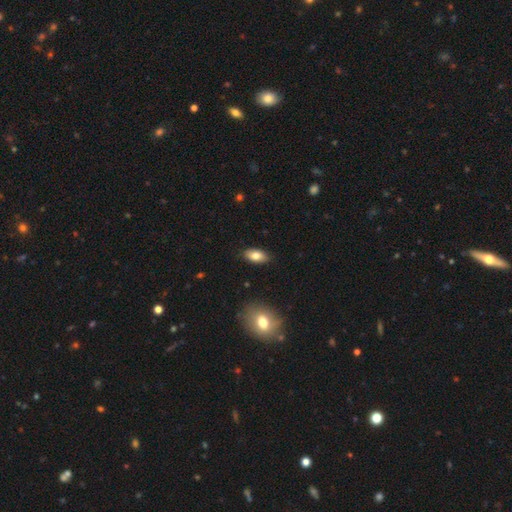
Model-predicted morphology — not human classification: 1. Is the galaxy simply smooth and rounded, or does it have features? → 80% smooth, 12% featured or disk, 7% star or artifact.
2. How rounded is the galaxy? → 91% in between, 6% cigar-shaped, 4% round.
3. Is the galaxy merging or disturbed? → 88% none, 9% minor disturbance, 2% major disturbance, 1% merger.